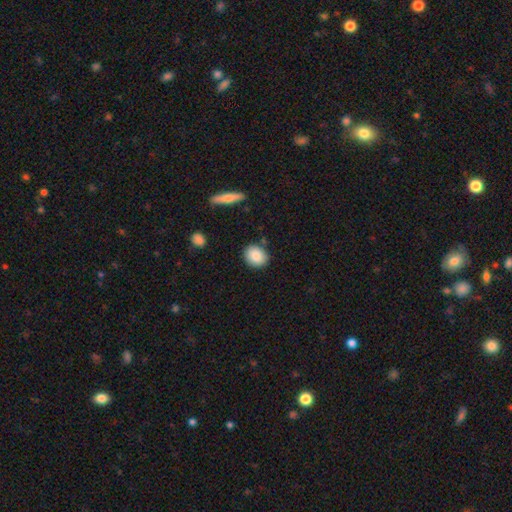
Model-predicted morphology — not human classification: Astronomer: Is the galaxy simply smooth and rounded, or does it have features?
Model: smooth — 87%.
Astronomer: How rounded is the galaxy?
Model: round — 64%.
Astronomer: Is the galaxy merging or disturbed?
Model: none — 84%.